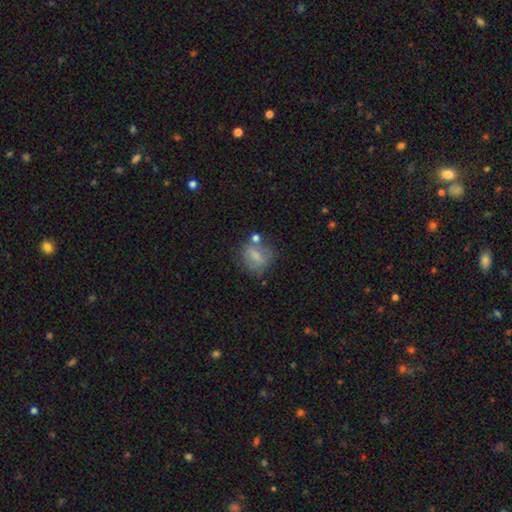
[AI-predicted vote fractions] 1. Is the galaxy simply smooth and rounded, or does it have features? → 64% smooth, 26% featured or disk, 10% star or artifact.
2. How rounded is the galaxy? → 54% round, 43% in between, 3% cigar-shaped.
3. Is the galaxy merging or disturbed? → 55% none, 21% minor disturbance, 13% merger, 10% major disturbance.